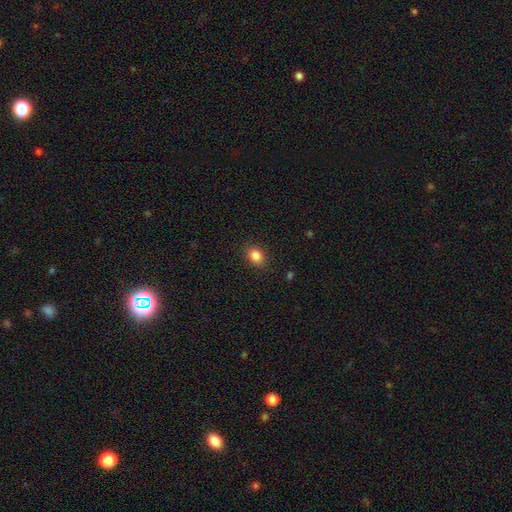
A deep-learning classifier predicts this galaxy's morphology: smooth 86%, star or artifact 10%, featured or disk 4%. Down the decision tree: how rounded — in between (60%); merging — none (86%).